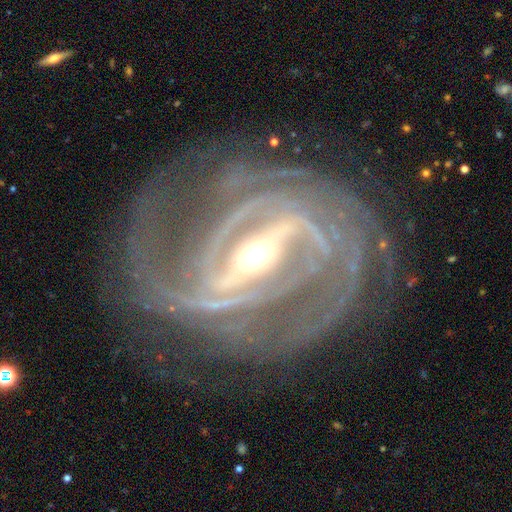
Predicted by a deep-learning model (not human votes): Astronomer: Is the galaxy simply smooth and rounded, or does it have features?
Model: featured or disk — 93%.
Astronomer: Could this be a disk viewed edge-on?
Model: no — 95%.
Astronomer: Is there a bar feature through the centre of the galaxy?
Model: strong — 80%.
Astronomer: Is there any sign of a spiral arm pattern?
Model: yes — 98%.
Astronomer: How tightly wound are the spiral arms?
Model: tight — 65%.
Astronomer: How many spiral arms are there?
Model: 2 — 31% (runner-up: 3, 23%).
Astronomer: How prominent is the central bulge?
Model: moderate — 55% (runner-up: small, 38%).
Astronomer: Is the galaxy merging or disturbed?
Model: none — 74%.